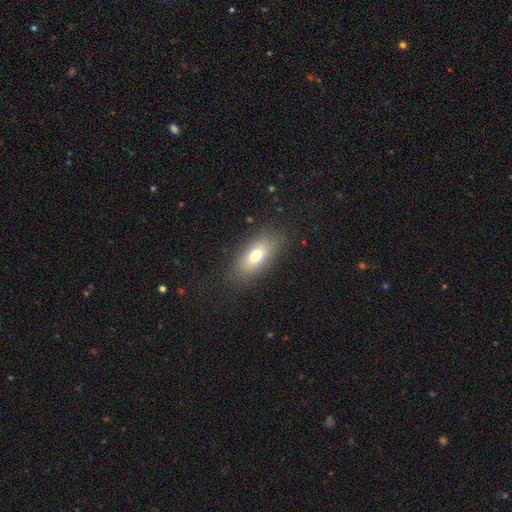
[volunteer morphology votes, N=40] Smooth or featured: smooth — 72% (featured or disk — 15%)
How rounded: in between — 90% (round — 7%)
Merging: none — 77% (minor disturbance — 11%)